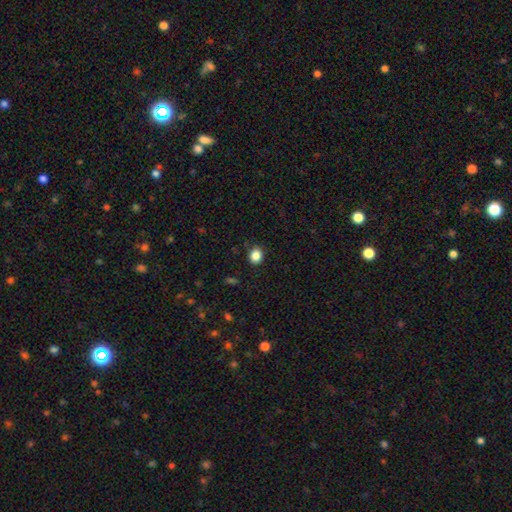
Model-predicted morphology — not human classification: Smooth or featured?
  - smooth: 86% *
  - star or artifact: 10%
  - featured or disk: 4%
How rounded?
  - round: 60% *
  - in between: 40%
  - cigar-shaped: 1%
Merging?
  - none: 88% *
  - minor disturbance: 9%
  - major disturbance: 2%
  - merger: 1%